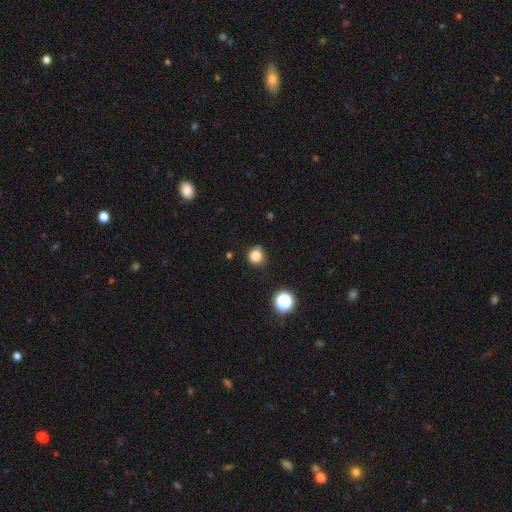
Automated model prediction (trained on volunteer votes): A smooth galaxy with no disk features (82%) that is round (91%).

Vote fractions:
- Smooth or featured? smooth: 82% / star or artifact: 14% / featured or disk: 4%
- How rounded? round: 91% / in between: 8% / cigar-shaped: 1%
- Merging? none: 85% / minor disturbance: 11% / major disturbance: 3% / merger: 2%